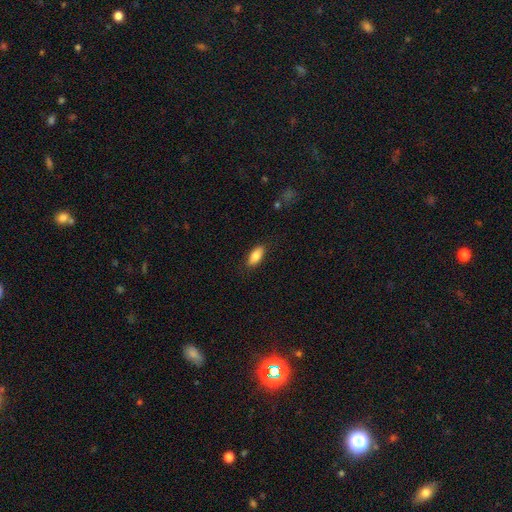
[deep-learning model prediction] smooth 84%, featured or disk 10%, star or artifact 7%. Down the decision tree: how rounded — in between (87%); merging — none (86%).